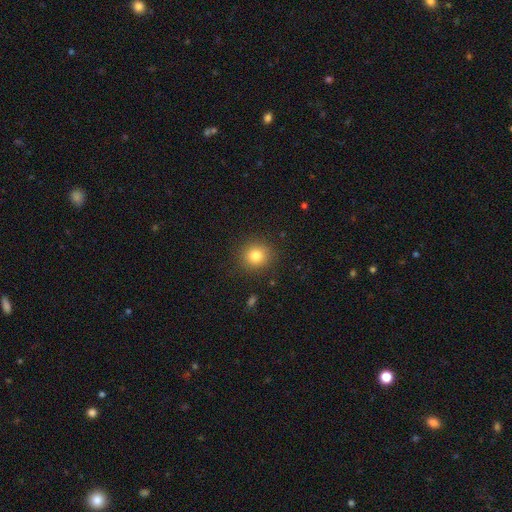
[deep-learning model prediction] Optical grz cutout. It shows a smooth galaxy with no disk features (81%) that is round (89%). Merging: none (89%).